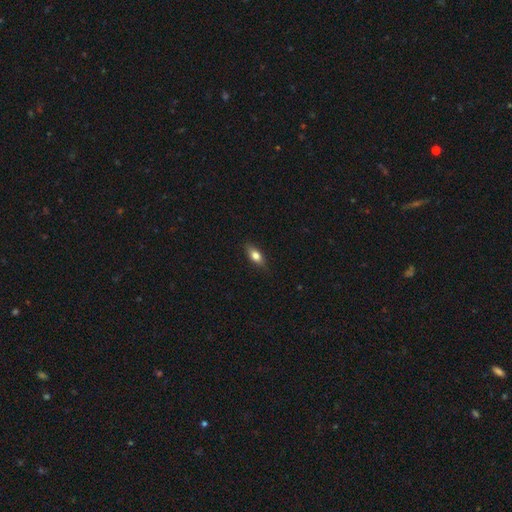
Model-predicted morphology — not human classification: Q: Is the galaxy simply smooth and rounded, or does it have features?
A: smooth — 73%.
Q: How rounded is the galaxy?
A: in between — 76%.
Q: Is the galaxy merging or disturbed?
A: none — 84%.